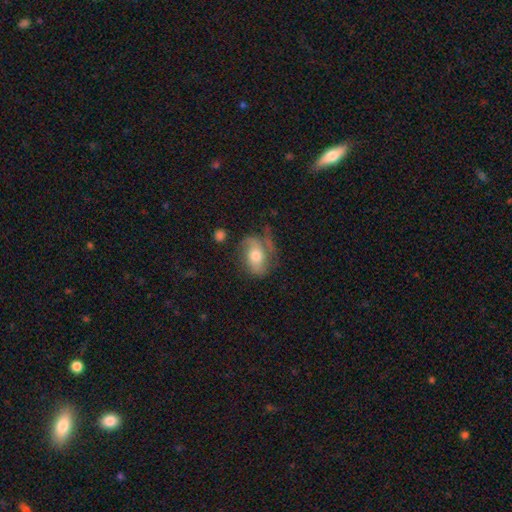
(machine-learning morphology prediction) smooth_or_featured: smooth (p=0.48) [alt: featured or disk p=0.44]
merging: none (p=0.46) [alt: minor disturbance p=0.28]